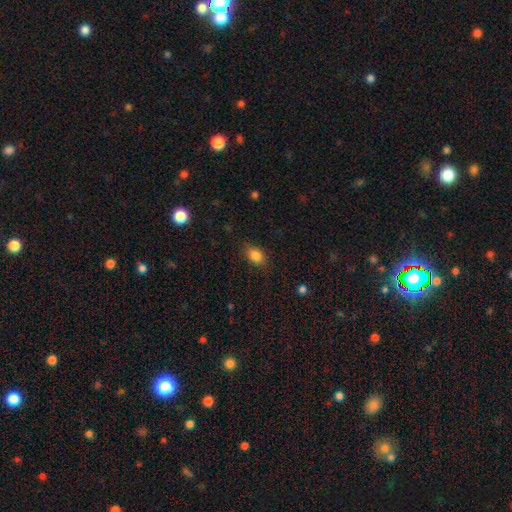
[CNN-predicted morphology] The model was most divided on "how rounded": in between: 72%, round: 27%, cigar-shaped: 2%. More confident: smooth or featured — smooth (85%); merging — none (80%).